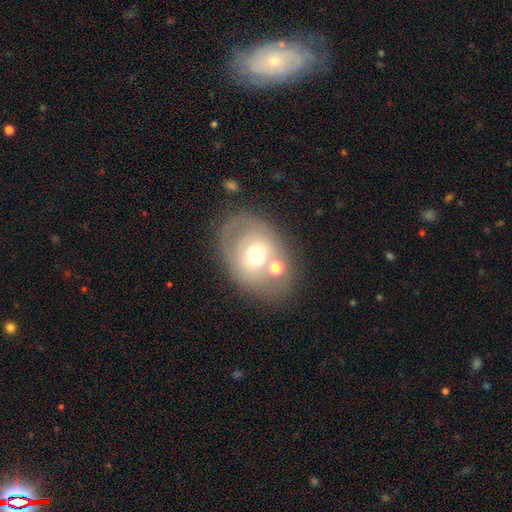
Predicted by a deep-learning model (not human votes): Smooth or featured?
  - smooth: 51% *
  - featured or disk: 38%
  - star or artifact: 12%
How rounded?
  - in between: 63% *
  - round: 36%
  - cigar-shaped: 1%
Merging?
  - none: 58% *
  - merger: 18%
  - minor disturbance: 15%
  - major disturbance: 8%